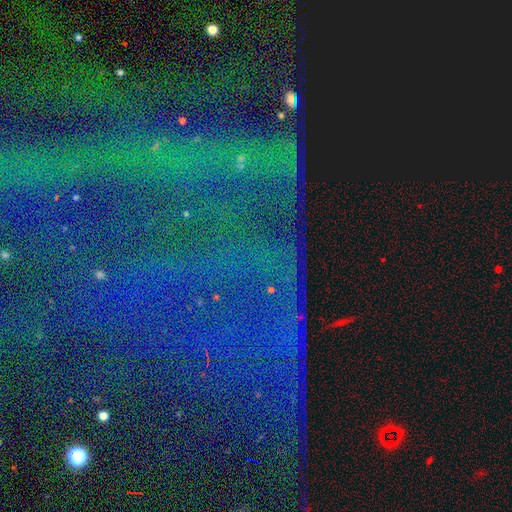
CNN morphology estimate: This is clearly a star or artifact rather than a galaxy (84%).